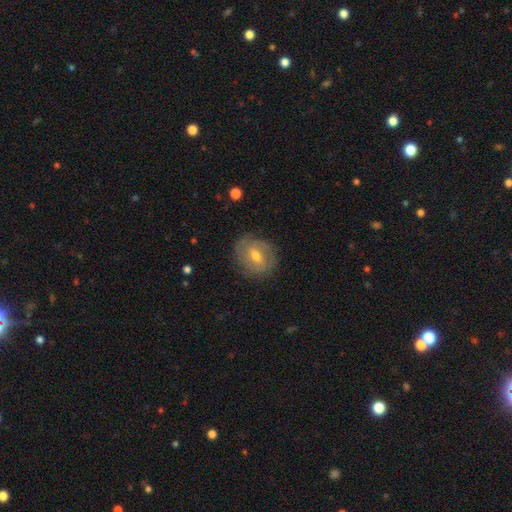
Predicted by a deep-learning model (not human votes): This appears to be a featured or disk galaxy (59%) with a weak bar (52%), spiral arms (72%) and a moderate central bulge (63%). Merging: none (76%).